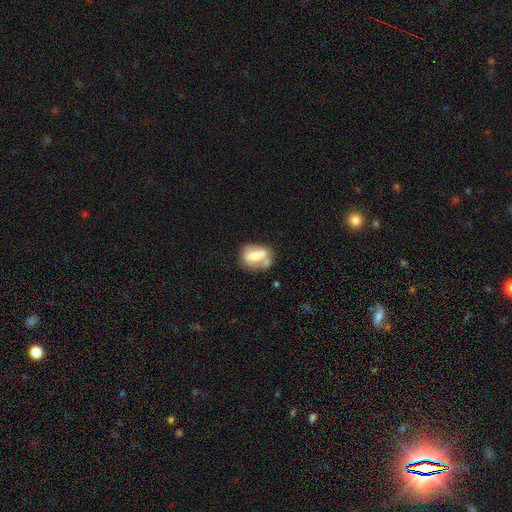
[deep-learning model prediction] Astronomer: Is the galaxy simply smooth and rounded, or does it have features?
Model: smooth — 59%.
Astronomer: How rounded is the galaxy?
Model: in between — 72%.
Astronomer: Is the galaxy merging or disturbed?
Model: none — 37% (runner-up: merger, 26%).